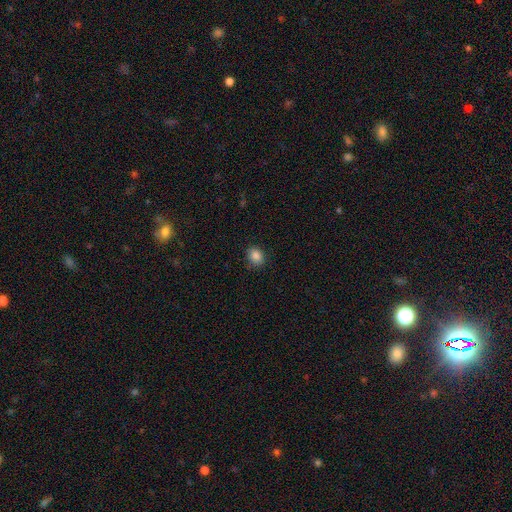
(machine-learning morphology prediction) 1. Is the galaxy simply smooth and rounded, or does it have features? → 86% smooth, 10% star or artifact, 4% featured or disk.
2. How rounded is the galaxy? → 52% in between, 47% round, 1% cigar-shaped.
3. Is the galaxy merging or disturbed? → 84% none, 13% minor disturbance, 3% major disturbance, 1% merger.